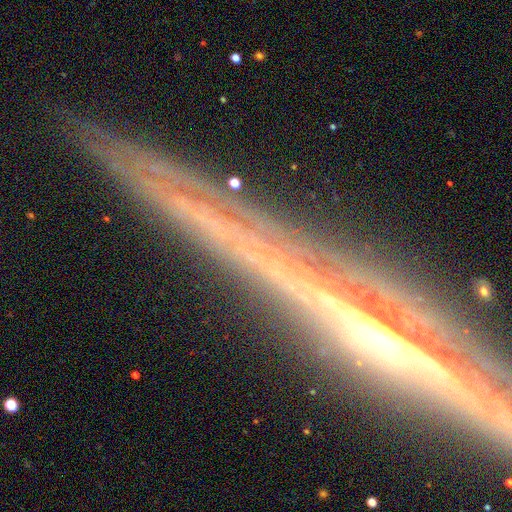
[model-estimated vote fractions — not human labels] Q: Smooth or featured?
A: featured or disk (77%); runner-up: star or artifact (13%)
Q: Edge-on disk?
A: yes (92%); runner-up: no (8%)
Q: Edge-on bulge?
A: rounded (53%); runner-up: none (33%)
Q: Merging?
A: none (85%); runner-up: minor disturbance (10%)